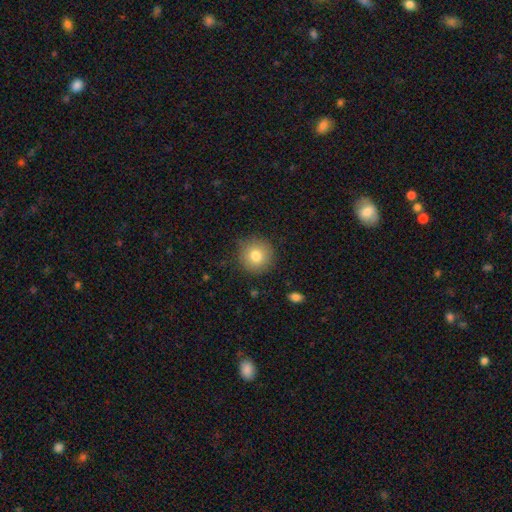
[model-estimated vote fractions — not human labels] smooth_or_featured: smooth (p=0.79) [alt: featured or disk p=0.11]
how_rounded: round (p=0.93) [alt: in between p=0.06]
merging: none (p=0.85) [alt: minor disturbance p=0.11]